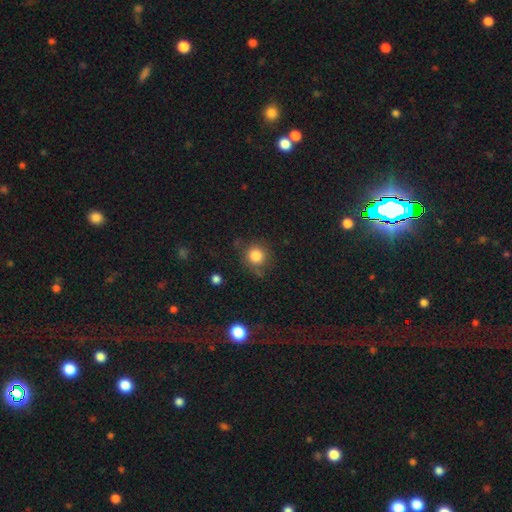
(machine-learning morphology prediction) Smooth or featured? smooth (83%)
How rounded? round (90%)
Merging? none (74%)